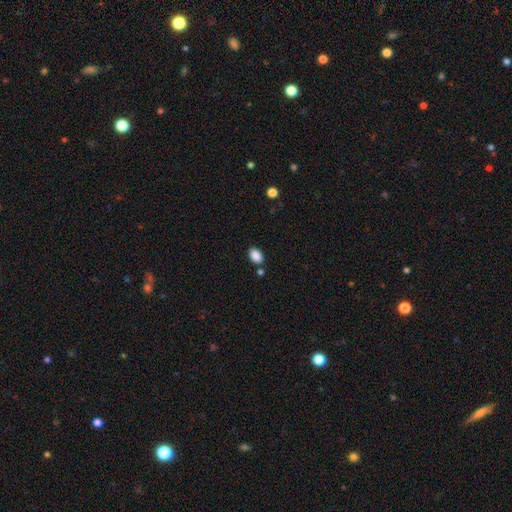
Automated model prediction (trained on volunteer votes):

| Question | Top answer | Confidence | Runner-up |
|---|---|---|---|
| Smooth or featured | smooth | 88% | star or artifact (8%) |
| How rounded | in between | 86% | round (13%) |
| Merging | none | 81% | minor disturbance (11%) |